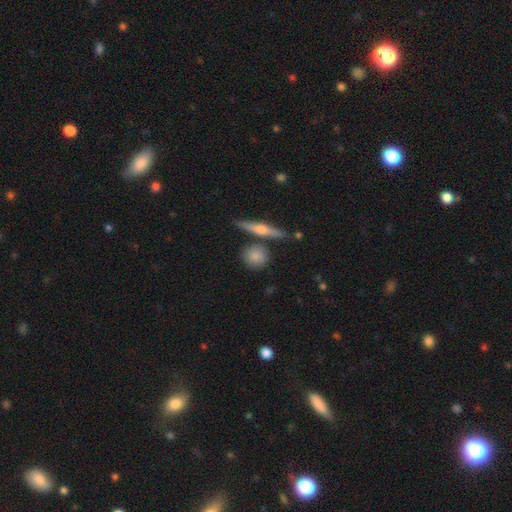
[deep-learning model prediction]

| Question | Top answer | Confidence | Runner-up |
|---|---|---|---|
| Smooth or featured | smooth | 73% | featured or disk (20%) |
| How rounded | round | 79% | in between (14%) |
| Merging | none | 75% | minor disturbance (13%) |